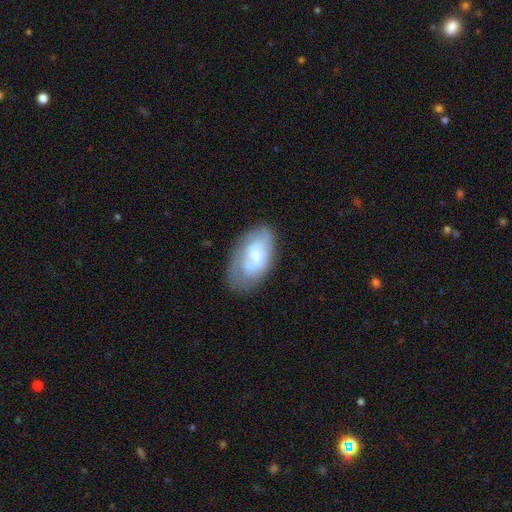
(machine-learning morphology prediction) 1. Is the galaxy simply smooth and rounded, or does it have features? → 49% featured or disk, 44% smooth, 7% star or artifact.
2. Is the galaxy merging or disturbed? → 59% none, 27% minor disturbance, 12% major disturbance, 2% merger.